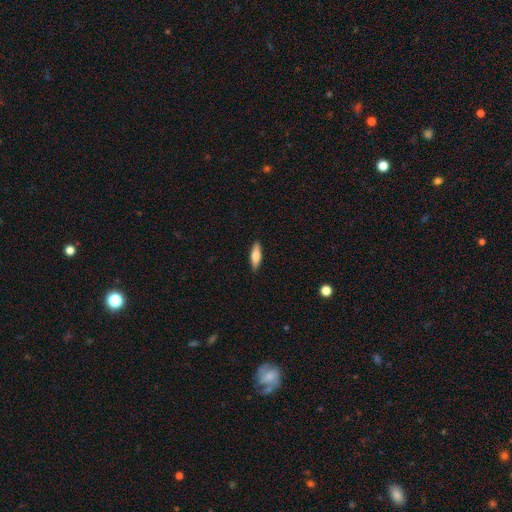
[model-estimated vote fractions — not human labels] The model was most divided on "how rounded": cigar-shaped: 50%, in between: 48%, round: 2%. More confident: merging — none (88%); smooth or featured — smooth (74%).